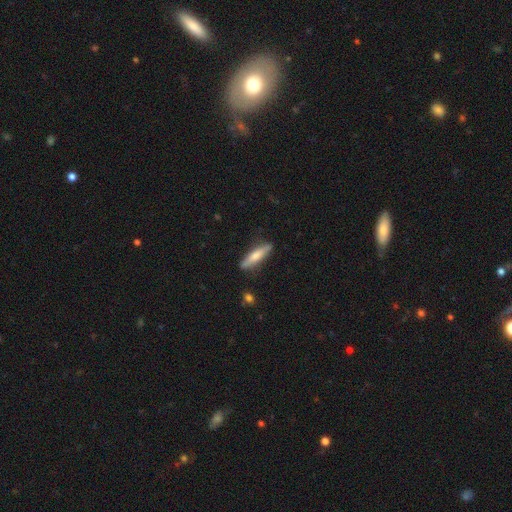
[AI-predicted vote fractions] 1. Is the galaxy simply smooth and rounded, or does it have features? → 64% smooth, 31% featured or disk, 6% star or artifact.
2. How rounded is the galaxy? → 81% cigar-shaped, 18% in between, 2% round.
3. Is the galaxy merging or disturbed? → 83% none, 13% minor disturbance, 2% major disturbance, 2% merger.